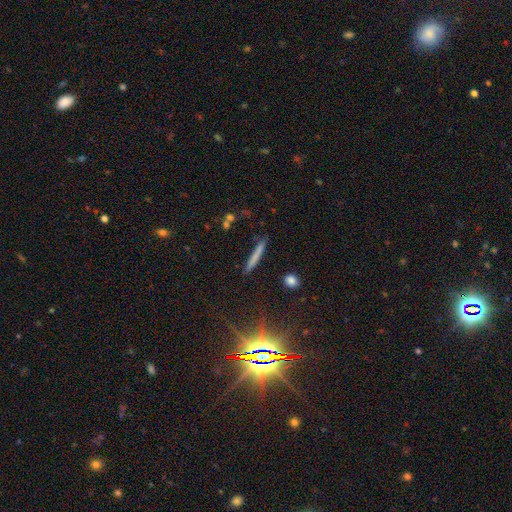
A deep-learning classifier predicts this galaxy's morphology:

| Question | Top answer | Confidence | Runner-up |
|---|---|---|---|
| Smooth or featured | smooth | 68% | featured or disk (23%) |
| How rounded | cigar-shaped | 95% | in between (3%) |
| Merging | none | 87% | minor disturbance (9%) |